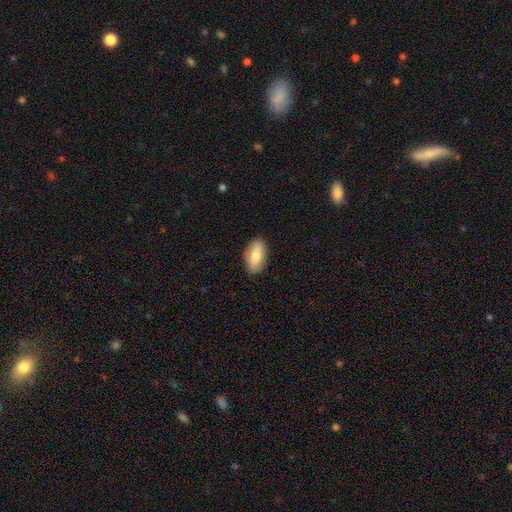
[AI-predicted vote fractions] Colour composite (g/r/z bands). It shows a smooth galaxy with no disk features (71%) that is in between round and cigar-shaped (90%). Merging: none (86%).